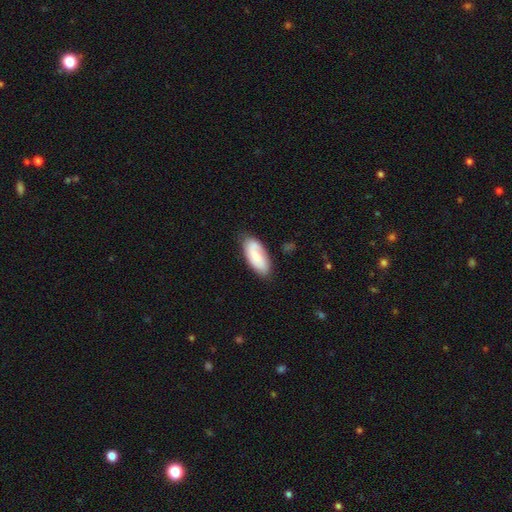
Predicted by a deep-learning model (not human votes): Morphology: type=smooth (59%); roundness=in between (88%); merging=none (75%).